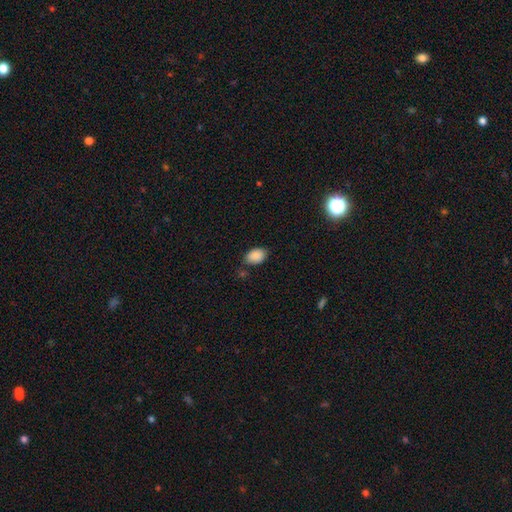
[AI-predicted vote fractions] This is clearly a smooth galaxy (89%). How rounded: clearly in between (86%). Merging: likely none (73%).